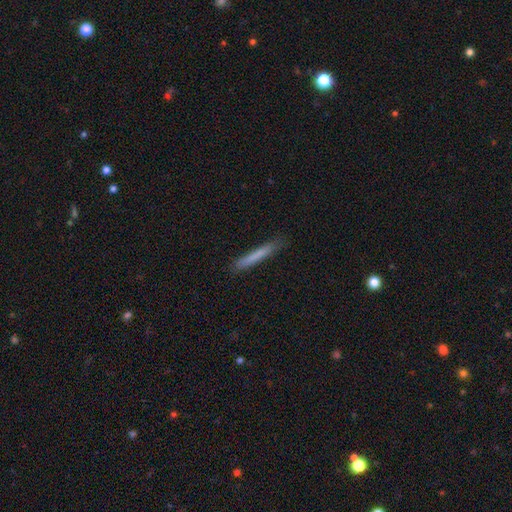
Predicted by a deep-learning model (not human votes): The model was most divided on "smooth or featured": smooth: 75%, featured or disk: 19%, star or artifact: 6%. More confident: how rounded — cigar-shaped (96%); merging — none (86%).